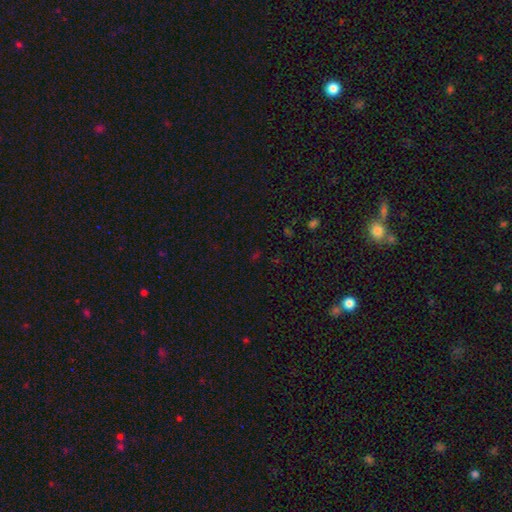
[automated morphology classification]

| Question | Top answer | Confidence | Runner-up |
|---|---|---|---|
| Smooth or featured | star or artifact | 64% | smooth (28%) |